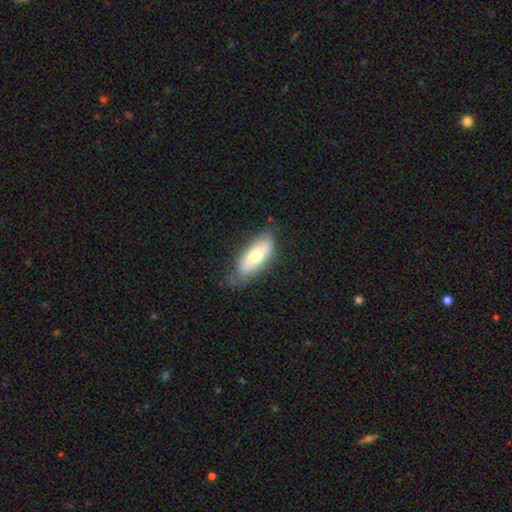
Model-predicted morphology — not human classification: smooth_or_featured: smooth (p=0.57) [alt: featured or disk p=0.37]
how_rounded: in between (p=0.80) [alt: cigar-shaped p=0.17]
merging: none (p=0.67) [alt: minor disturbance p=0.25]